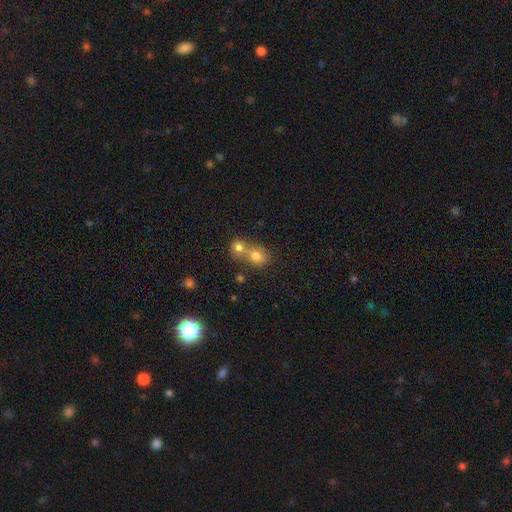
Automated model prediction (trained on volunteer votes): Smooth or featured: smooth — 70% (star or artifact — 17%)
How rounded: round — 76% (in between — 23%)
Merging: merger — 58% (none — 34%)